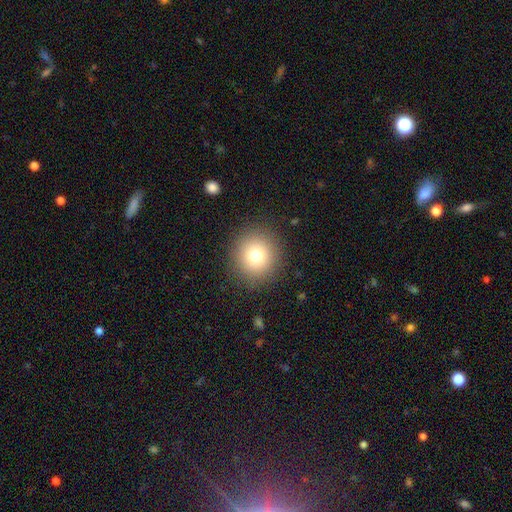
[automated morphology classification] smooth-or-featured: smooth: 75% | star or artifact: 14% | featured or disk: 11%
  how-rounded: round: 93% | in between: 6% | cigar-shaped: 1%
  merging: none: 89% | minor disturbance: 6% | major disturbance: 3% | merger: 1%